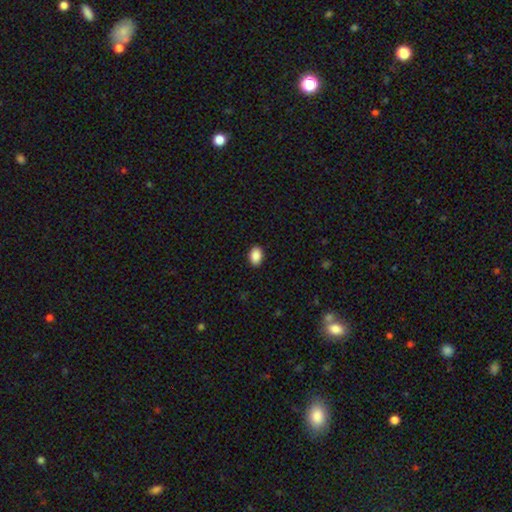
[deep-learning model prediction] Smooth or featured: smooth — 90% (star or artifact — 8%)
How rounded: in between — 83% (round — 16%)
Merging: none — 91% (minor disturbance — 7%)